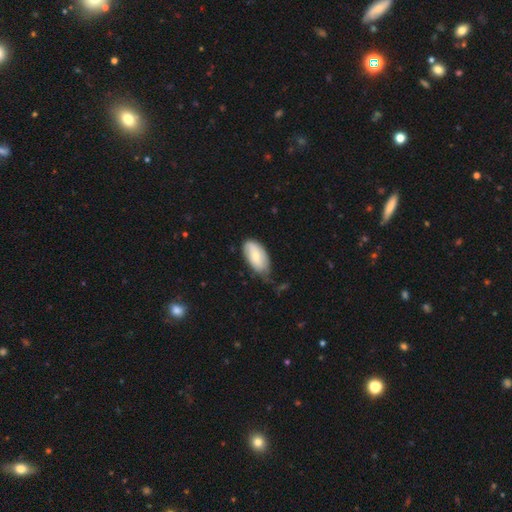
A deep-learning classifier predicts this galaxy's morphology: Smooth or featured? Predicted: smooth (p=0.63). How rounded? Predicted: in between (p=0.93). Merging? Predicted: none (p=0.54).